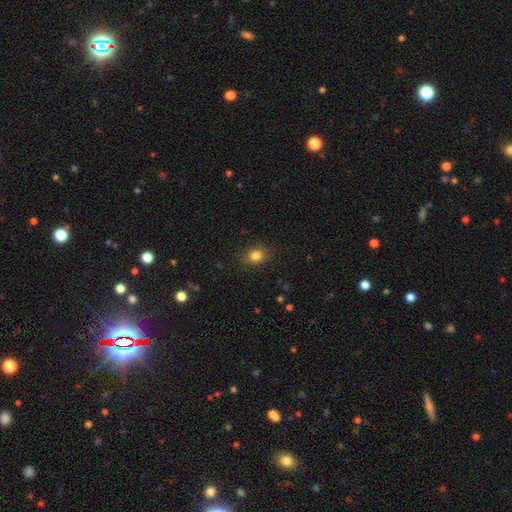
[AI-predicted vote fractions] A smooth galaxy with no disk features (83%) that is round (54%).

Vote fractions:
- Smooth or featured? smooth: 83% / star or artifact: 11% / featured or disk: 6%
- How rounded? round: 54% / in between: 45% / cigar-shaped: 1%
- Merging? none: 88% / minor disturbance: 9% / major disturbance: 2% / merger: 1%